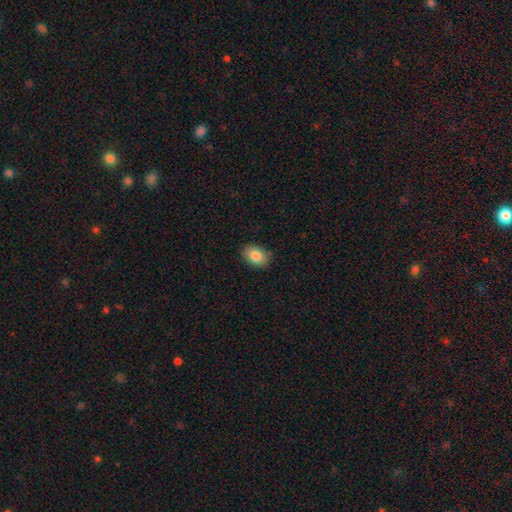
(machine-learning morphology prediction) This is clearly a smooth galaxy (85%). How rounded: clearly in between (82%). Merging: clearly none (84%).